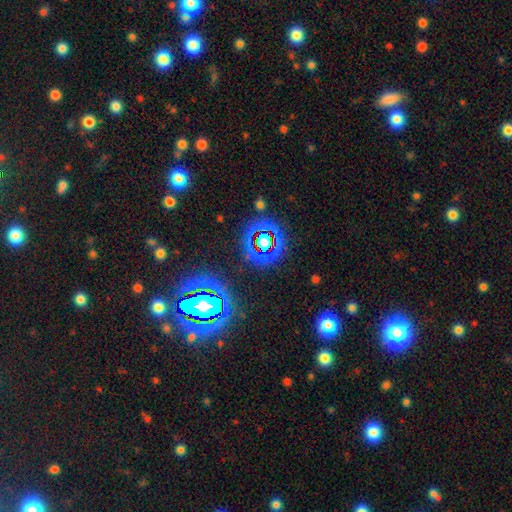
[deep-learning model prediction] Smooth or featured: star or artifact — 78% (smooth — 14%)